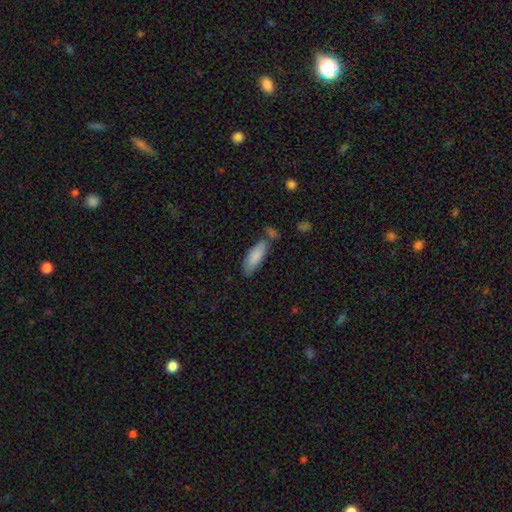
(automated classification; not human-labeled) smooth 85%, featured or disk 9%, star or artifact 6%. Down the decision tree: how rounded — in between (63%); merging — none (64%).